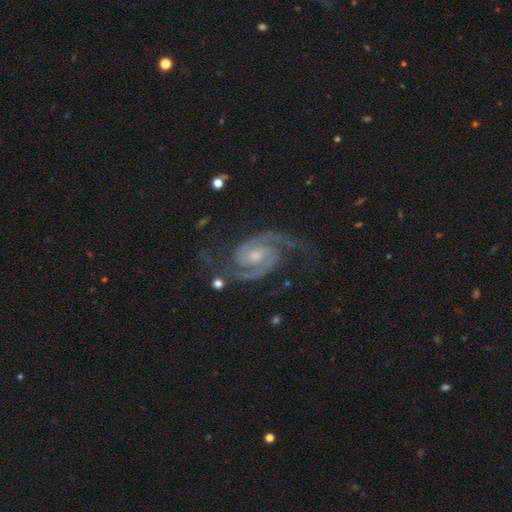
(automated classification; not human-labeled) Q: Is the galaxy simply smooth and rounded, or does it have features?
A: featured or disk — 93%.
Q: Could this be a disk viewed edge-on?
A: no — 98%.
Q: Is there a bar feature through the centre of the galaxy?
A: no — 52%.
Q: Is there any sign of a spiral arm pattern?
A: yes — 99%.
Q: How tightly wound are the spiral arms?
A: medium — 55%.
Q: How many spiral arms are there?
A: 2 — 92%.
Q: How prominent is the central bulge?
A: moderate — 46%.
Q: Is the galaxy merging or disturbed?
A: none — 75%.